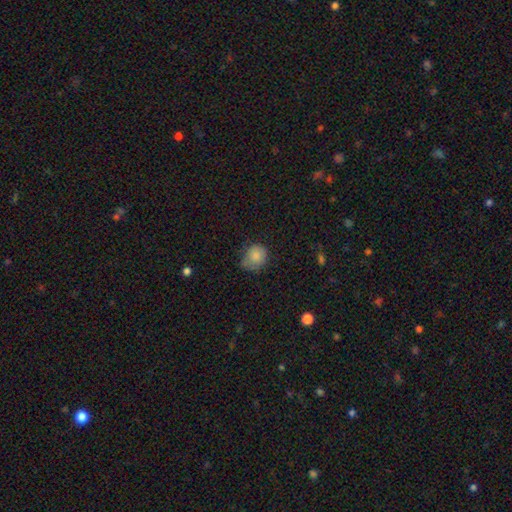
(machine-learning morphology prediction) Smooth or featured: smooth — 83% (star or artifact — 9%)
How rounded: round — 76% (in between — 23%)
Merging: none — 53% (minor disturbance — 35%)